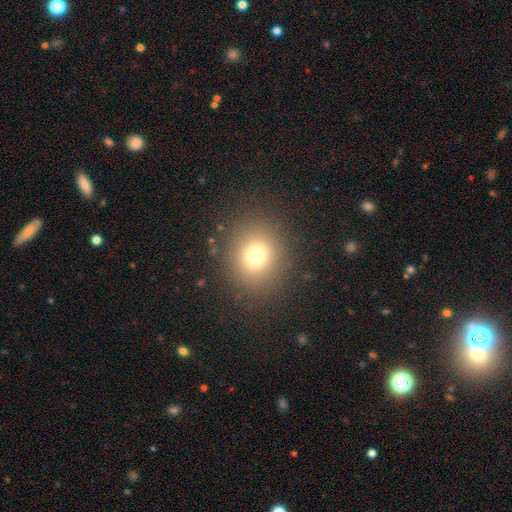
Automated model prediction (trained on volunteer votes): Smooth or featured? Predicted: smooth (p=0.74). How rounded? Predicted: round (p=0.80). Merging? Predicted: none (p=0.88).